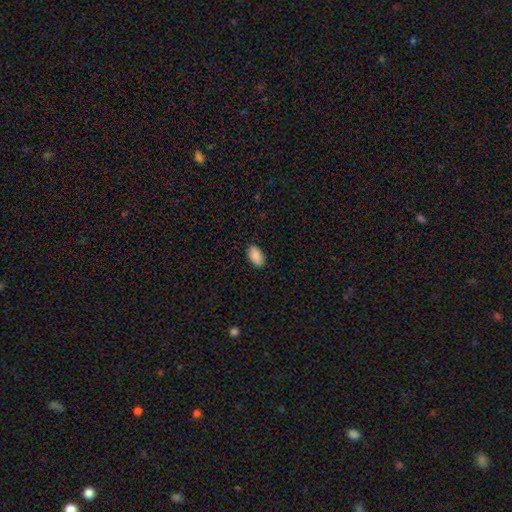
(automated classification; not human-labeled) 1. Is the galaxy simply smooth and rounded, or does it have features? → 89% smooth, 7% star or artifact, 4% featured or disk.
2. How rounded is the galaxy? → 94% in between, 4% round, 2% cigar-shaped.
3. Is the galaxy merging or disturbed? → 87% none, 10% minor disturbance, 2% major disturbance, 1% merger.